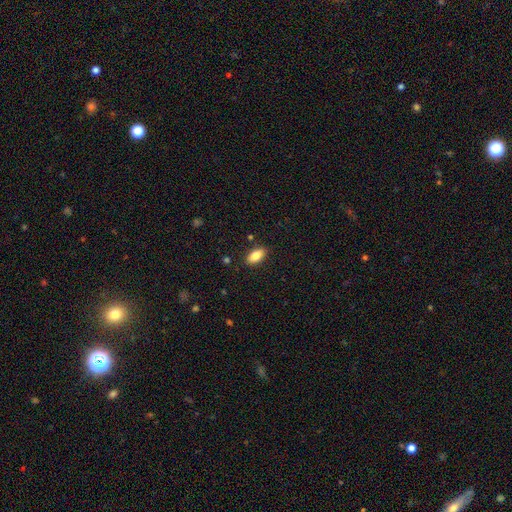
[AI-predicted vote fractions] Overall: smooth (84%). How rounded: in between (90%). Merging: none (87%).